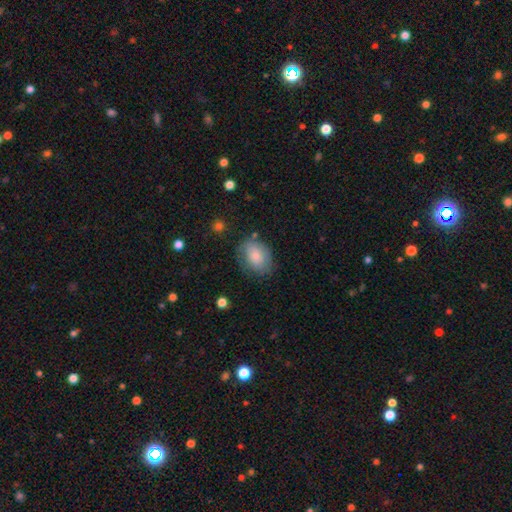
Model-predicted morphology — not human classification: Smooth or featured: smooth — 77% (featured or disk — 16%)
How rounded: in between — 71% (round — 28%)
Merging: none — 63% (minor disturbance — 25%)